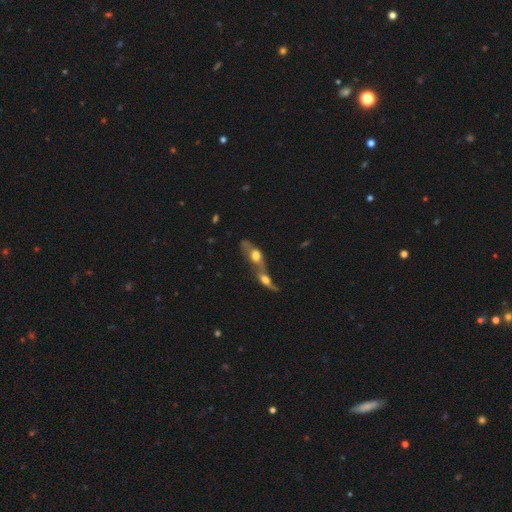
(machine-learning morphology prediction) Overall: smooth (46%; featured or disk 43%). Merging: merger (80%).